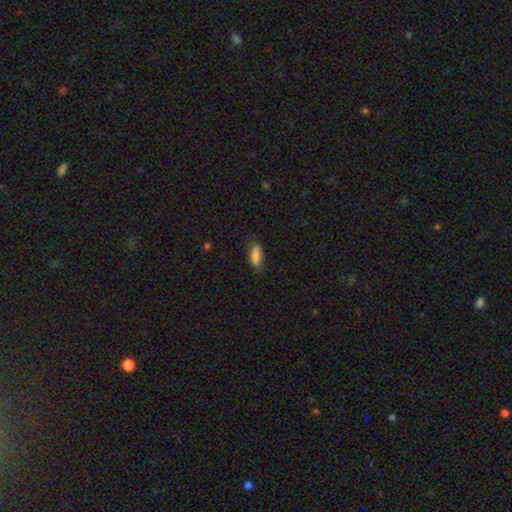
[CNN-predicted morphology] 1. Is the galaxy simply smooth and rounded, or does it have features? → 84% smooth, 9% featured or disk, 7% star or artifact.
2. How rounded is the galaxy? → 73% in between, 25% cigar-shaped, 2% round.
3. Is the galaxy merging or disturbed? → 75% none, 20% minor disturbance, 5% major disturbance, 1% merger.